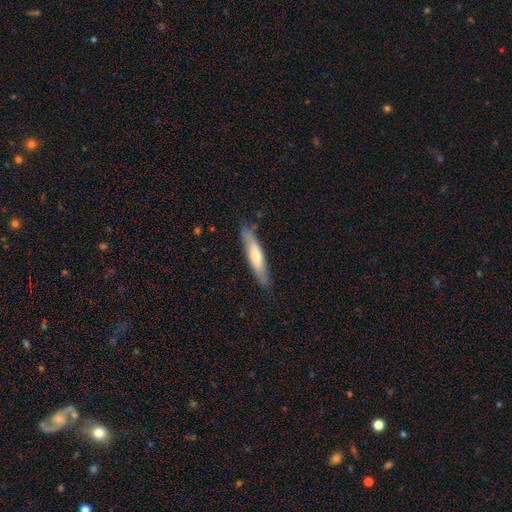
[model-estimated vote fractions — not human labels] Overall: smooth (52%; featured or disk 42%). How rounded: cigar-shaped (86%). Merging: none (82%).